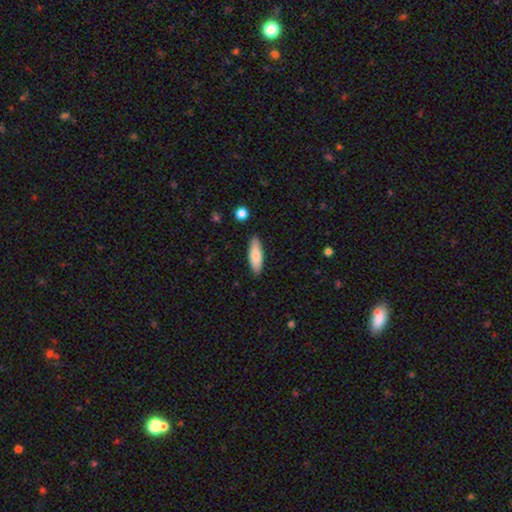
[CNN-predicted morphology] This appears to be a smooth galaxy with no disk features (77%) that is in between round and cigar-shaped (58%). Merging: none (87%).